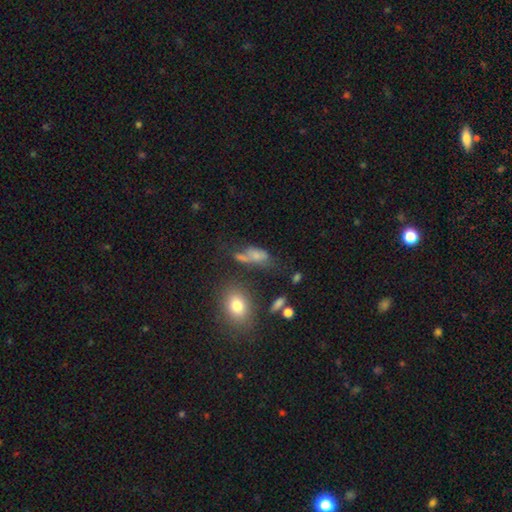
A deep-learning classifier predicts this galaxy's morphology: smooth-or-featured: smooth: 61% | featured or disk: 25% | star or artifact: 14%
  how-rounded: in between: 79% | cigar-shaped: 11% | round: 10%
  merging: none: 30% | major disturbance: 26% | merger: 22% | minor disturbance: 22%